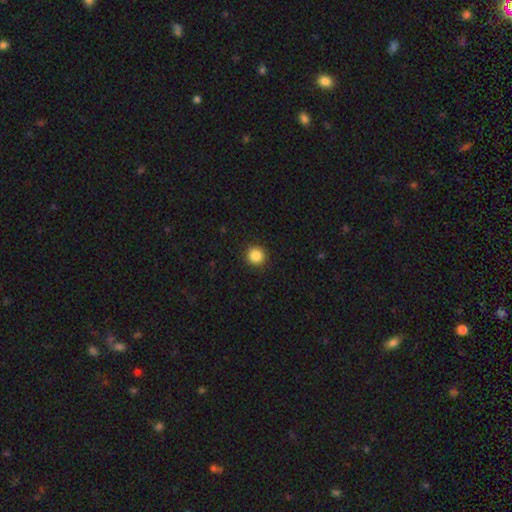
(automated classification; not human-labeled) Smooth or featured? smooth (86%)
How rounded? round (94%)
Merging? none (93%)